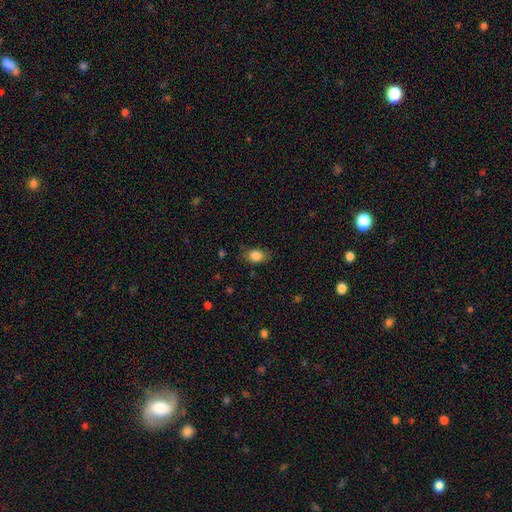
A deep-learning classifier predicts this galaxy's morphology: This is clearly a smooth galaxy (86%). How rounded: likely in between (66%). Merging: likely none (76%).